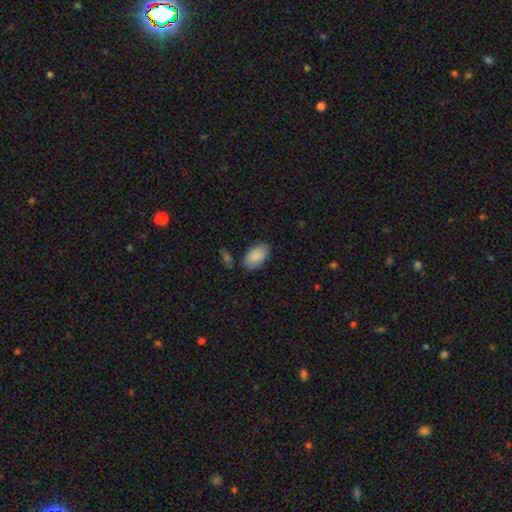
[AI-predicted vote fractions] A smooth galaxy with no disk features (90%) that is in between round and cigar-shaped (93%).

Vote fractions:
- Smooth or featured? smooth: 90% / star or artifact: 6% / featured or disk: 4%
- How rounded? in between: 93% / round: 6% / cigar-shaped: 1%
- Merging? none: 78% / minor disturbance: 15% / major disturbance: 4% / merger: 4%